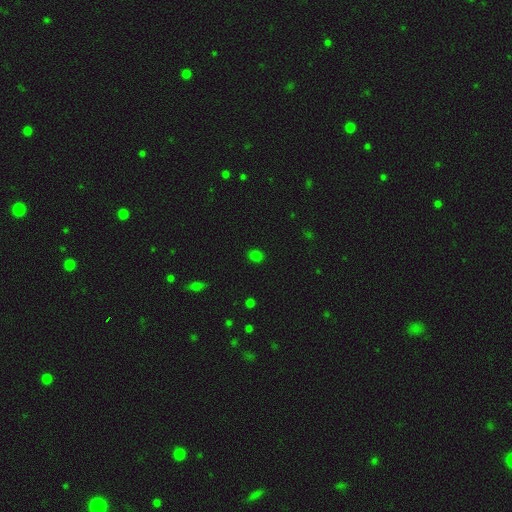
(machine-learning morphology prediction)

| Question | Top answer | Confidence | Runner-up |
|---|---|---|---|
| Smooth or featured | smooth | 78% | star or artifact (18%) |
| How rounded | round | 62% | in between (36%) |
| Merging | none | 88% | minor disturbance (9%) |